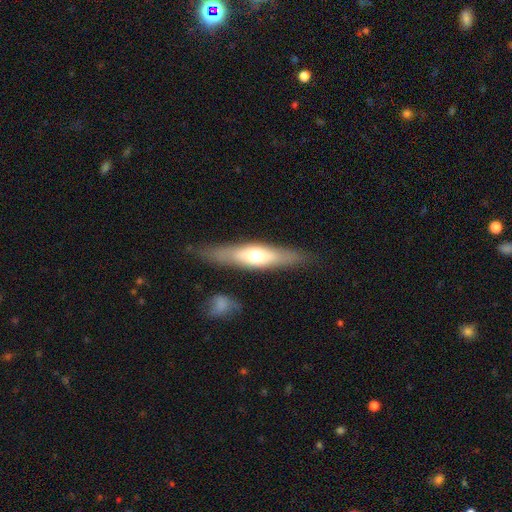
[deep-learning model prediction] Overall: featured or disk (49%; smooth 45%). Merging: none (82%).